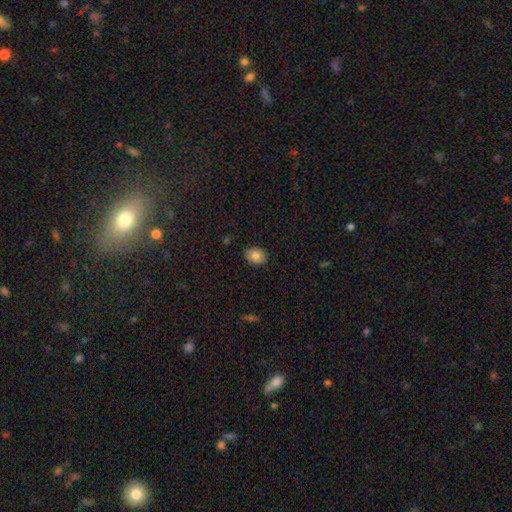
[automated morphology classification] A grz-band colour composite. It shows a smooth galaxy with no disk features (82%) that is in between round and cigar-shaped (70%). Merging: none (87%).